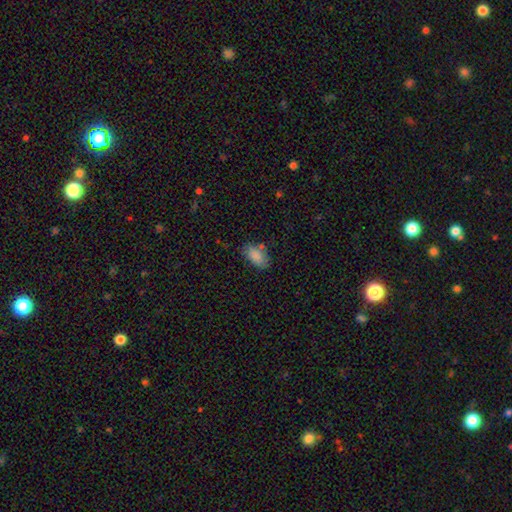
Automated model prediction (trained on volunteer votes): Overall: smooth (86%). How rounded: in between (92%). Merging: none (70%).